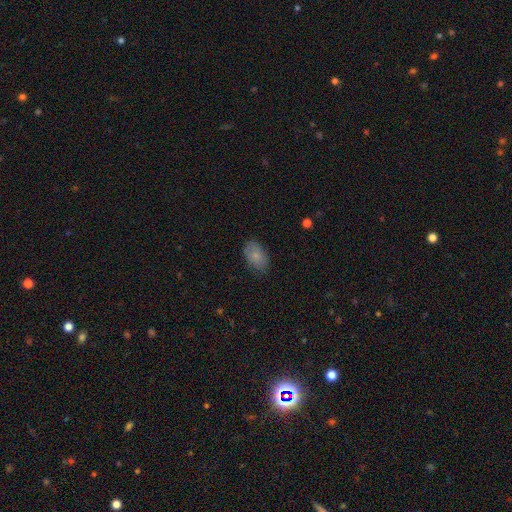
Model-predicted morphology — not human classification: smooth 80%, featured or disk 13%, star or artifact 7%. Down the decision tree: how rounded — in between (91%); merging — none (79%).